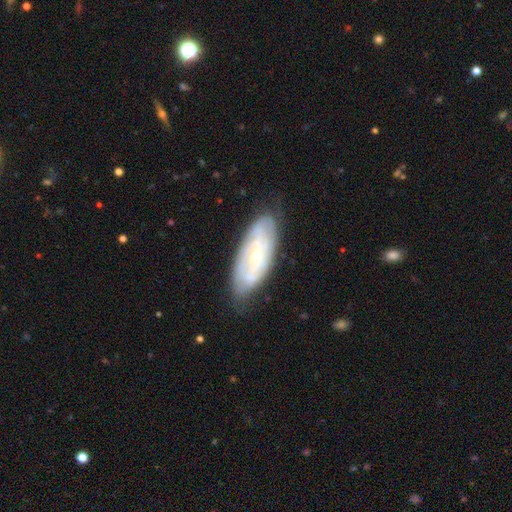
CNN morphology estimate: A featured or disk galaxy (69%) with no bar (72%), spiral arms (76%) and a small central bulge (74%). Merging: none (75%).